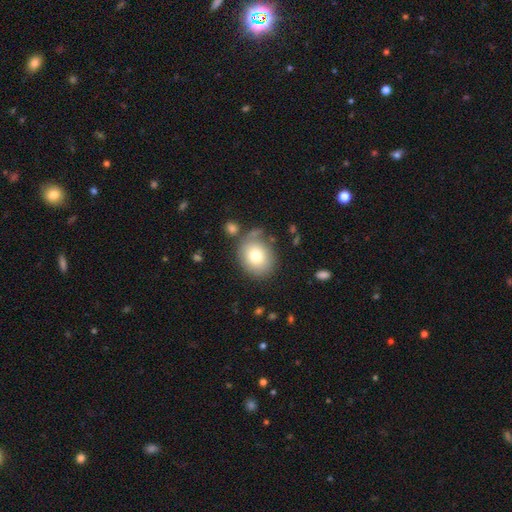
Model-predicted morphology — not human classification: A smooth galaxy with no disk features (77%) that is round (60%).

Vote fractions:
- Smooth or featured? smooth: 77% / featured or disk: 14% / star or artifact: 9%
- How rounded? round: 60% / in between: 39% / cigar-shaped: 1%
- Merging? none: 67% / minor disturbance: 18% / major disturbance: 8% / merger: 7%